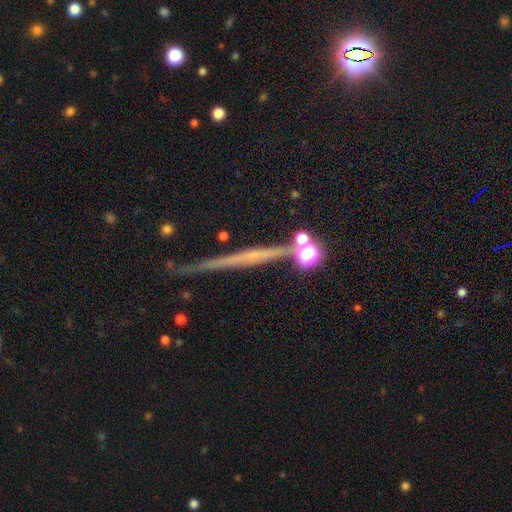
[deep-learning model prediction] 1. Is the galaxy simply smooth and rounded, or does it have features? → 59% featured or disk, 25% smooth, 16% star or artifact.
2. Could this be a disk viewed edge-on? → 96% yes, 4% no.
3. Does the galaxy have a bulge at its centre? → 71% none, 21% rounded, 8% boxy.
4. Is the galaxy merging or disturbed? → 78% none, 13% minor disturbance, 6% merger, 4% major disturbance.